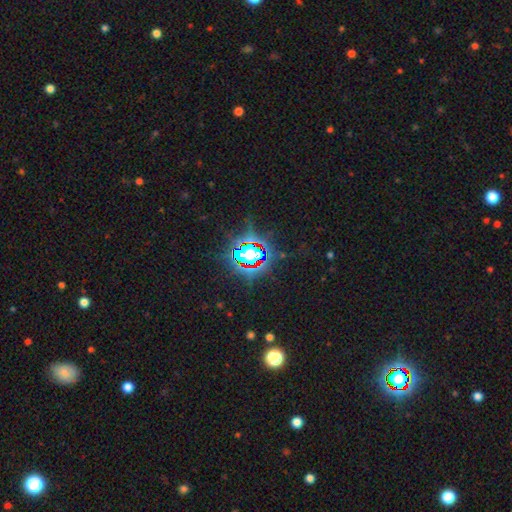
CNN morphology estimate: A star or artifact, not a galaxy (83%).

Vote fractions:
- Smooth or featured? star or artifact: 83% / smooth: 10% / featured or disk: 7%